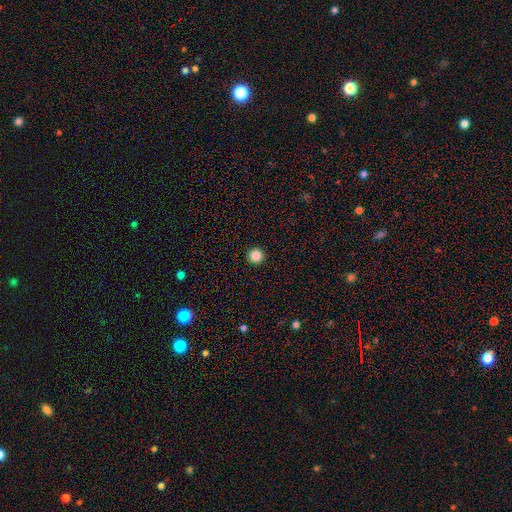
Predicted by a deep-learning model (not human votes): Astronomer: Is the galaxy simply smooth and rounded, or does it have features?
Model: smooth — 86%.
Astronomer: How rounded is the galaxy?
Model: round — 97%.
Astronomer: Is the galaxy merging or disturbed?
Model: none — 94%.